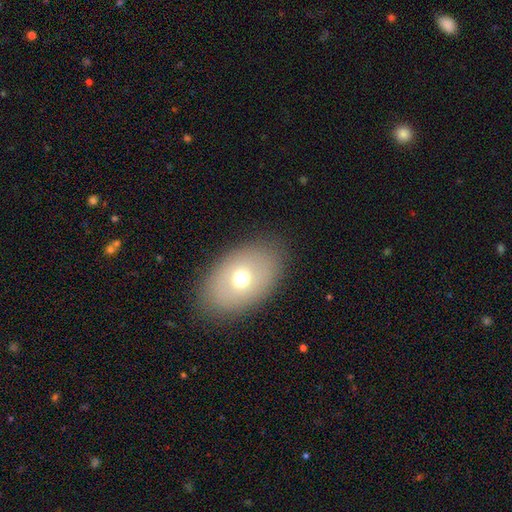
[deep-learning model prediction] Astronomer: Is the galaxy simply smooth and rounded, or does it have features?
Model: smooth — 65%.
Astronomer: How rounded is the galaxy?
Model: in between — 86%.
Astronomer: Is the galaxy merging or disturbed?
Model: none — 88%.